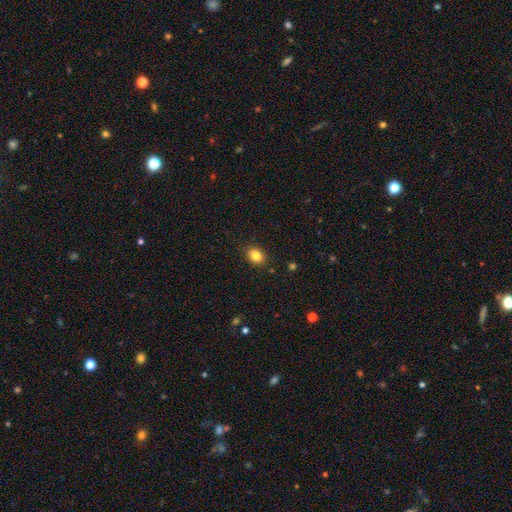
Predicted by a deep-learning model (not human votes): smooth_or_featured: smooth (p=0.84) [alt: star or artifact p=0.10]
how_rounded: in between (p=0.66) [alt: round p=0.33]
merging: none (p=0.88) [alt: minor disturbance p=0.09]